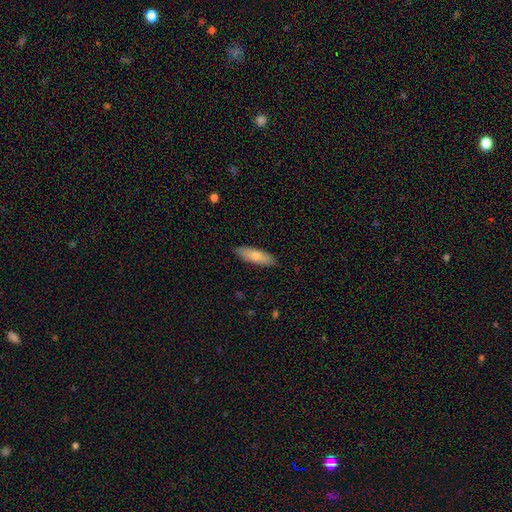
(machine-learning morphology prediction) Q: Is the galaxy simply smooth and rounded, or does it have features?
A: smooth — 74%.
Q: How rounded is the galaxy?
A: in between — 55%.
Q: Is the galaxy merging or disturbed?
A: none — 88%.